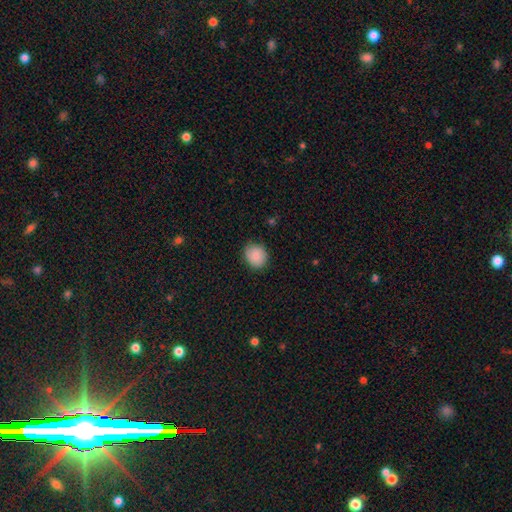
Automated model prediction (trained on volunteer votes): smooth 83%, featured or disk 10%, star or artifact 7%. Down the decision tree: how rounded — round (75%); merging — none (81%).